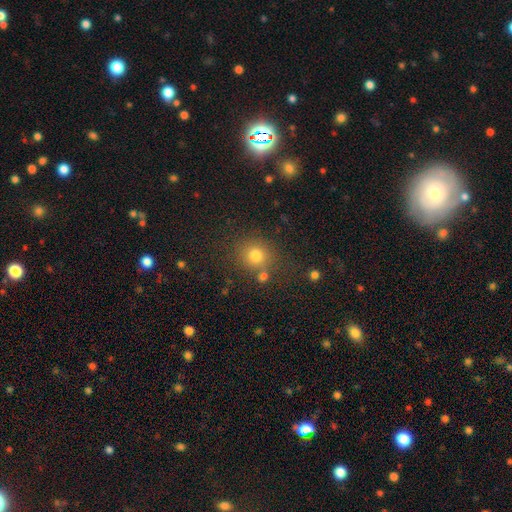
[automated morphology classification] Smooth or featured? smooth (76%)
How rounded? round (86%)
Merging? none (75%)